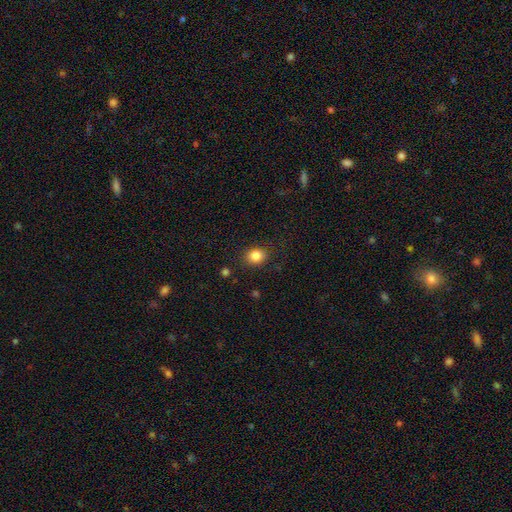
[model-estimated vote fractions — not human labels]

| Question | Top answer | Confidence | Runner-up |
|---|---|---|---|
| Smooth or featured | smooth | 84% | star or artifact (11%) |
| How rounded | round | 63% | in between (37%) |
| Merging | none | 85% | minor disturbance (10%) |